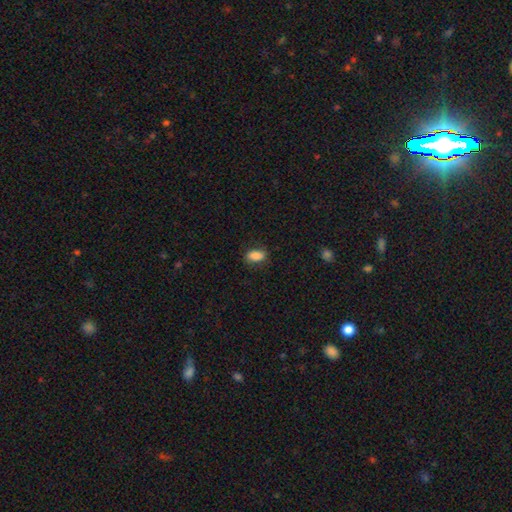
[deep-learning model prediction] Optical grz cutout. It shows a smooth galaxy with no disk features (86%) that is in between round and cigar-shaped (88%). Merging: none (80%).